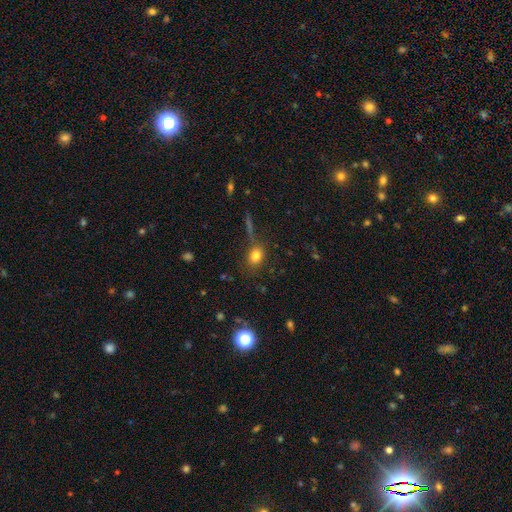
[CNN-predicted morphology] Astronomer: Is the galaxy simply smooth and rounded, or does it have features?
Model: smooth — 79%.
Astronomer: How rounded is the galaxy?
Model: in between — 55% (runner-up: round, 43%).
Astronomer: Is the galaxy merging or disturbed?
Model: none — 73%.